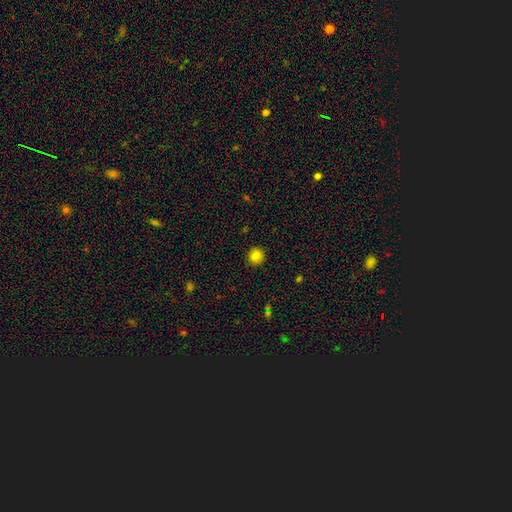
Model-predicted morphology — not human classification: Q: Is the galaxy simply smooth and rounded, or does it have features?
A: smooth — 84%.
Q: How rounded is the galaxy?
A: round — 88%.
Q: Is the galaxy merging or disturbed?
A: none — 91%.